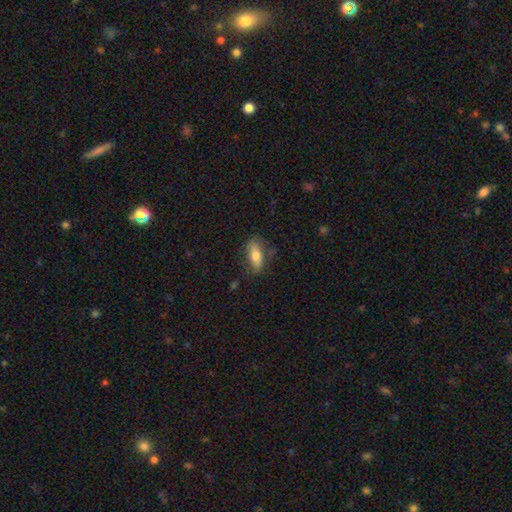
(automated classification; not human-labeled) smooth-or-featured: smooth: 71% | featured or disk: 22% | star or artifact: 7%
  how-rounded: in between: 73% | cigar-shaped: 23% | round: 3%
  merging: none: 73% | minor disturbance: 19% | major disturbance: 6% | merger: 2%